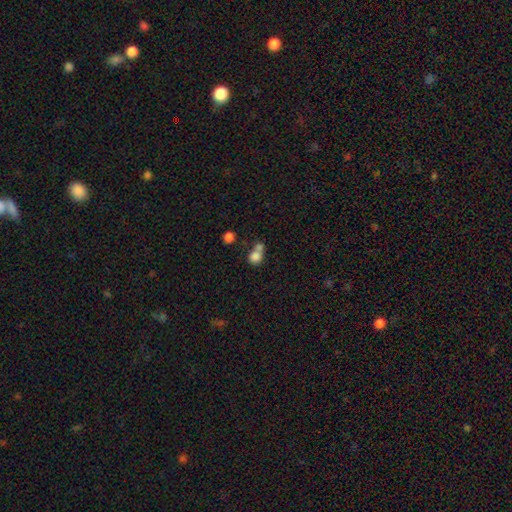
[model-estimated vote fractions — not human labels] Smooth or featured?
  - smooth: 80% *
  - star or artifact: 11%
  - featured or disk: 9%
How rounded?
  - round: 70% *
  - in between: 29%
  - cigar-shaped: 1%
Merging?
  - merger: 52% *
  - none: 34%
  - minor disturbance: 9%
  - major disturbance: 5%